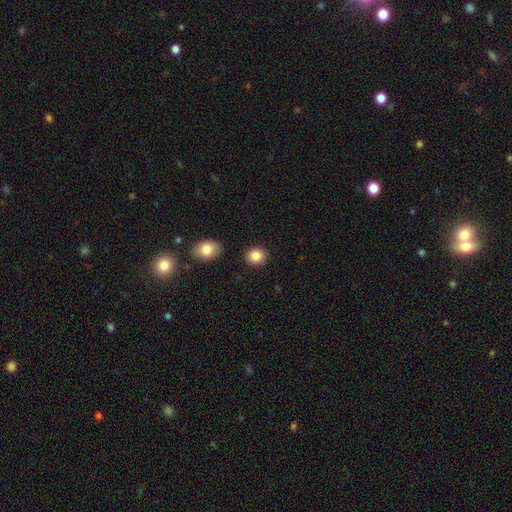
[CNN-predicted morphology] Smooth or featured: smooth — 86% (star or artifact — 9%)
How rounded: round — 82% (in between — 17%)
Merging: none — 88% (minor disturbance — 7%)